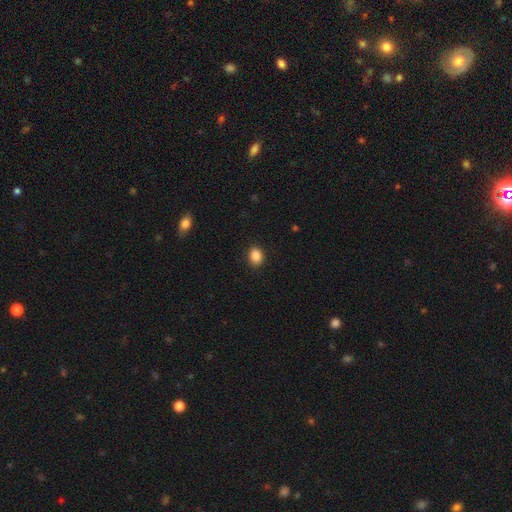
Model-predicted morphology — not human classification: Smooth or featured: smooth — 88% (star or artifact — 9%)
How rounded: in between — 52% (round — 47%)
Merging: none — 89% (minor disturbance — 7%)